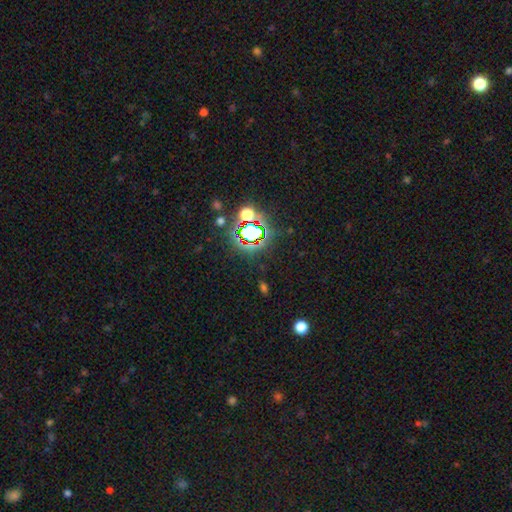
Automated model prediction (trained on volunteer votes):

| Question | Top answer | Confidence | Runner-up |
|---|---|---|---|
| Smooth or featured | star or artifact | 80% | smooth (12%) |